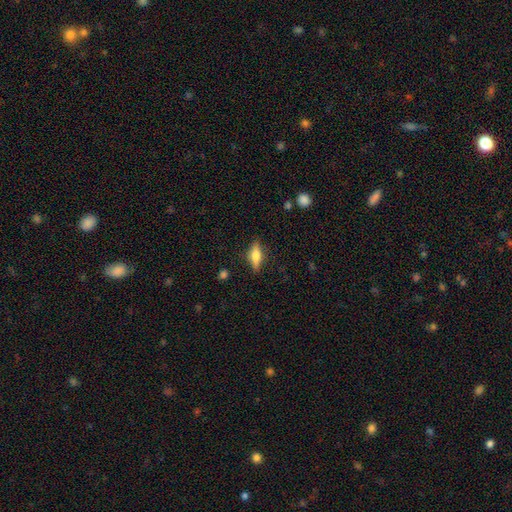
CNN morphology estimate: This appears to be a smooth galaxy with no disk features (51%) that is in between round and cigar-shaped (54%). Merging: none (83%).